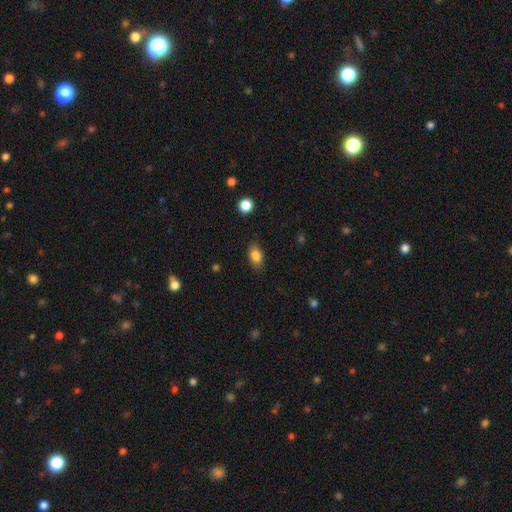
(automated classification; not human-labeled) Smooth or featured? smooth (84%)
How rounded? in between (86%)
Merging? none (83%)